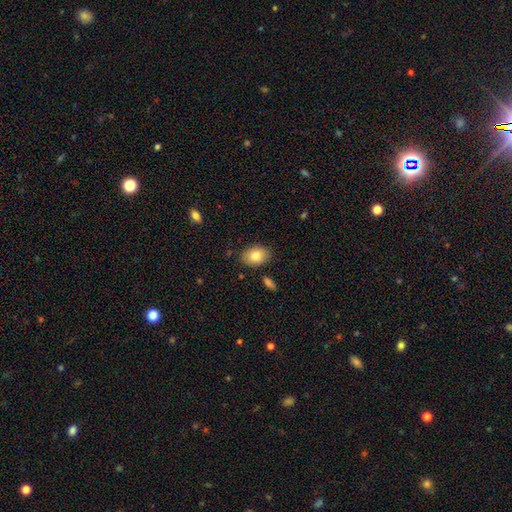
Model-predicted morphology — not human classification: A smooth galaxy with no disk features (81%) that is in between round and cigar-shaped (82%).

Vote fractions:
- Smooth or featured? smooth: 81% / featured or disk: 11% / star or artifact: 7%
- How rounded? in between: 82% / round: 17% / cigar-shaped: 1%
- Merging? none: 84% / minor disturbance: 11% / merger: 3% / major disturbance: 2%